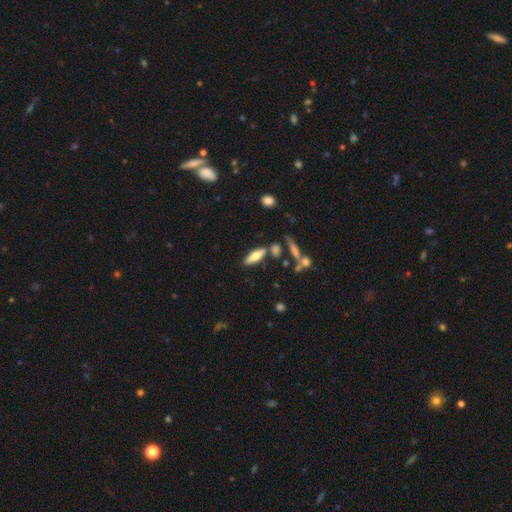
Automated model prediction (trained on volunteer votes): smooth 56%, featured or disk 37%, star or artifact 7%. Down the decision tree: how rounded — in between (50%); merging — none (74%).